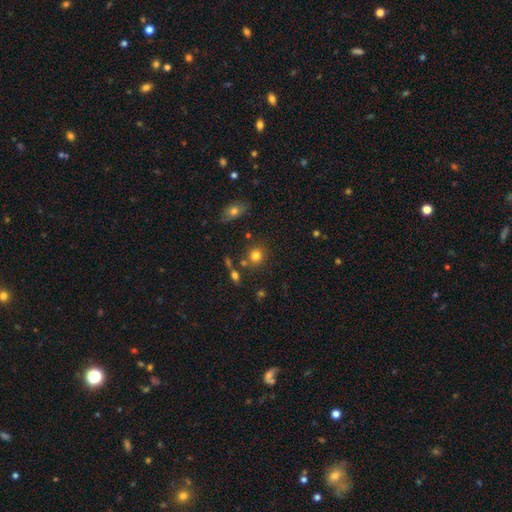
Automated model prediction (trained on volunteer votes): This is likely a smooth galaxy (78%). How rounded: clearly round (83%). Merging: likely none (74%).